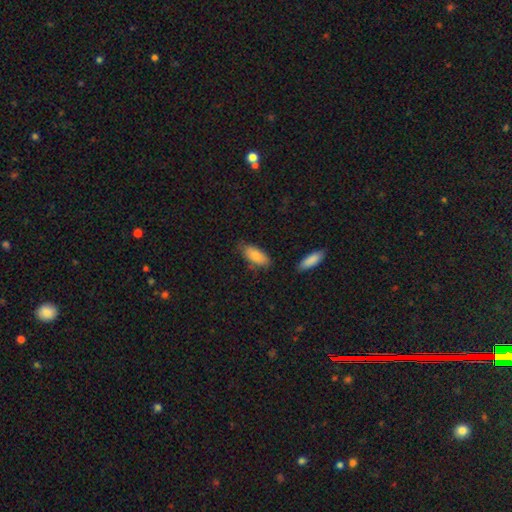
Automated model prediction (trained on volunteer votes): Smooth or featured: smooth — 82% (featured or disk — 12%)
How rounded: in between — 87% (cigar-shaped — 11%)
Merging: none — 72% (minor disturbance — 20%)